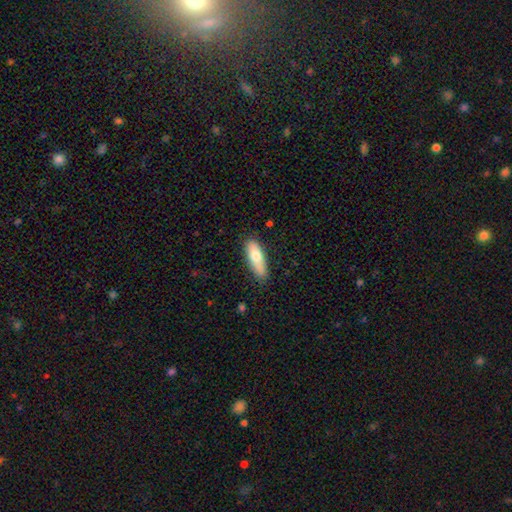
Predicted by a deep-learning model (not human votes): Q: Smooth or featured?
A: smooth (75%); runner-up: featured or disk (19%)
Q: How rounded?
A: in between (53%); runner-up: cigar-shaped (45%)
Q: Merging?
A: none (80%); runner-up: minor disturbance (16%)